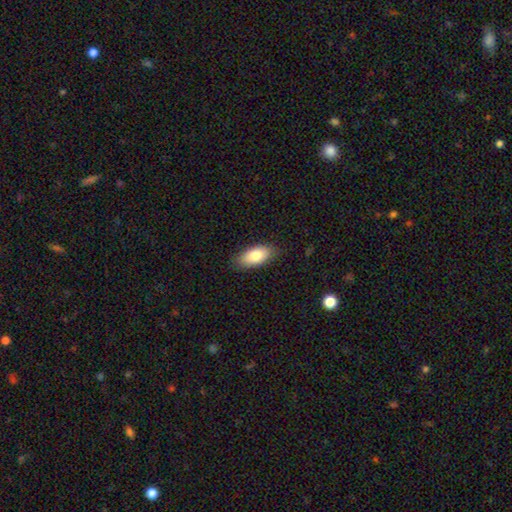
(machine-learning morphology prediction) A smooth galaxy with no disk features (80%) that is in between round and cigar-shaped (91%). Merging: none (84%).